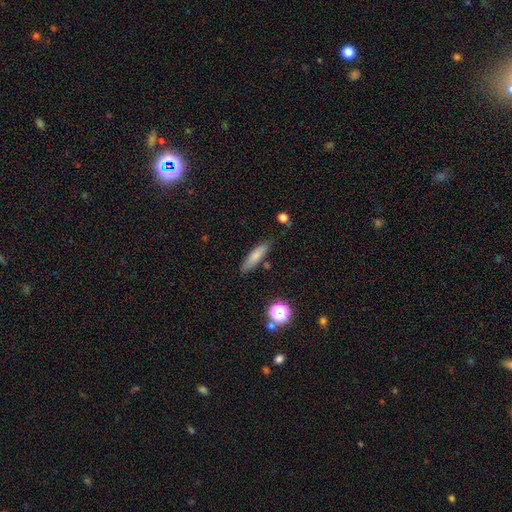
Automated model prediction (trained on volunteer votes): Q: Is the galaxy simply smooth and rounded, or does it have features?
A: smooth — 76%.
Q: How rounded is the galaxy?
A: cigar-shaped — 73%.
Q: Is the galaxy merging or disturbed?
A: none — 79%.